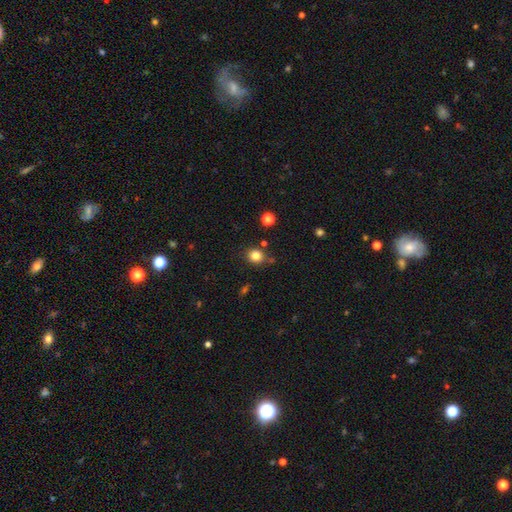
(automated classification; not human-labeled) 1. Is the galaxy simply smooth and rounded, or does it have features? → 82% smooth, 12% star or artifact, 5% featured or disk.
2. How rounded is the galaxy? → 78% round, 21% in between, 1% cigar-shaped.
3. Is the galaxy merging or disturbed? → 80% none, 11% minor disturbance, 6% merger, 3% major disturbance.